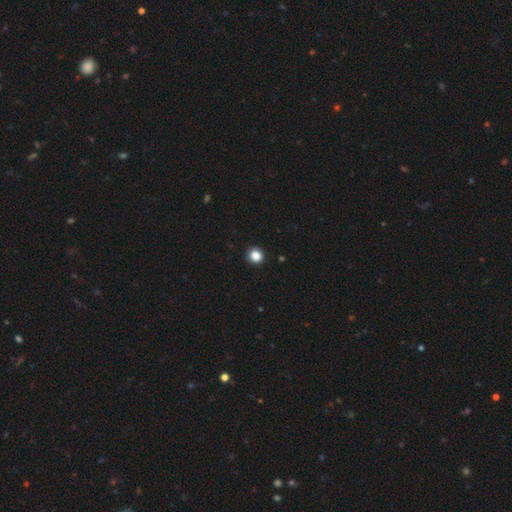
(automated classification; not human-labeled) smooth_or_featured: smooth (p=0.85) [alt: star or artifact p=0.11]
how_rounded: round (p=0.91) [alt: in between p=0.08]
merging: none (p=0.93) [alt: minor disturbance p=0.04]